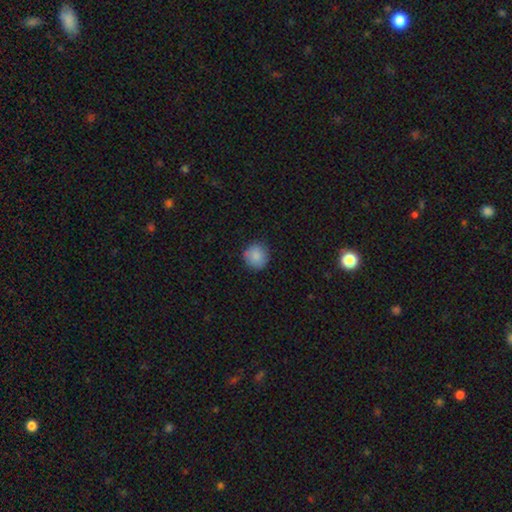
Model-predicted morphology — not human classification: smooth_or_featured: smooth (p=0.86) [alt: star or artifact p=0.08]
how_rounded: round (p=0.92) [alt: in between p=0.07]
merging: none (p=0.85) [alt: minor disturbance p=0.11]